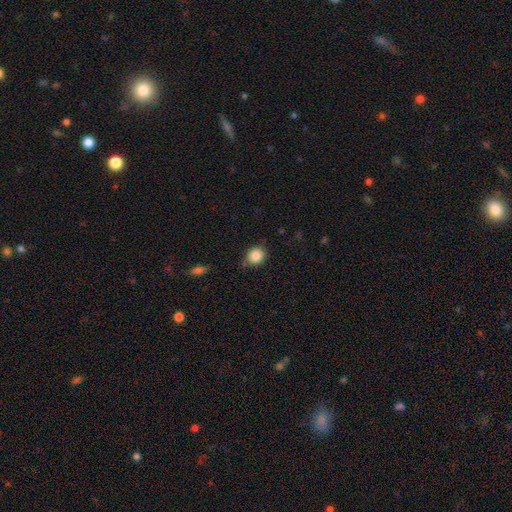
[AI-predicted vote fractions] Morphology: type=smooth (86%); roundness=round (80%); merging=none (82%).